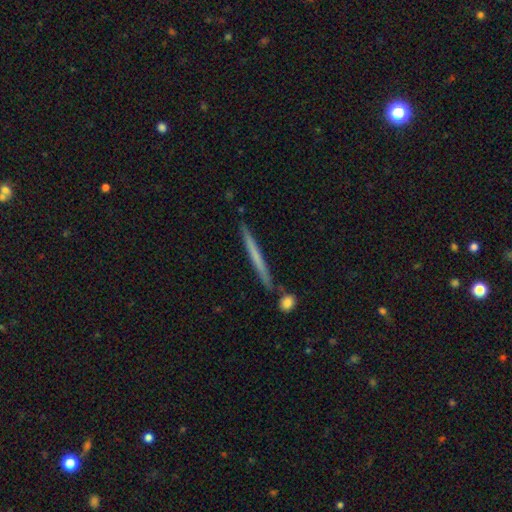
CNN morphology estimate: smooth-or-featured: smooth: 49% | featured or disk: 45% | star or artifact: 6%
  merging: none: 86% | minor disturbance: 8% | merger: 4% | major disturbance: 2%